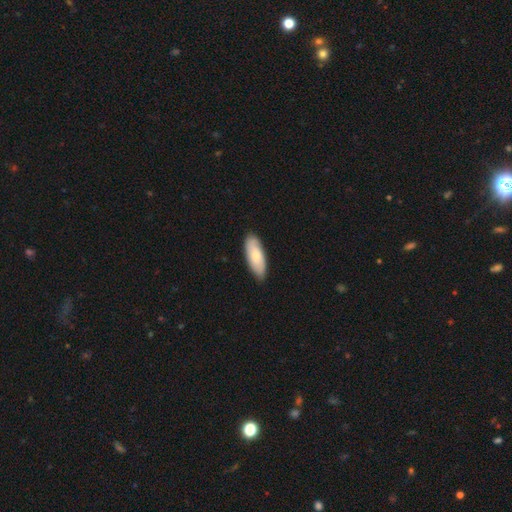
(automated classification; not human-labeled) Smooth or featured? smooth (71%)
How rounded? in between (77%)
Merging? none (83%)